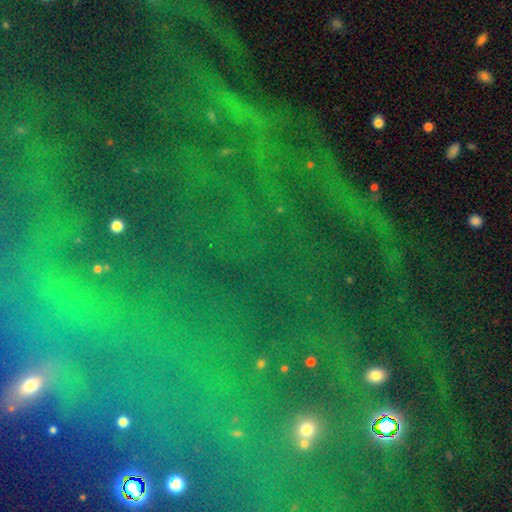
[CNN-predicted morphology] Smooth or featured?
  - star or artifact: 80% *
  - featured or disk: 11%
  - smooth: 9%